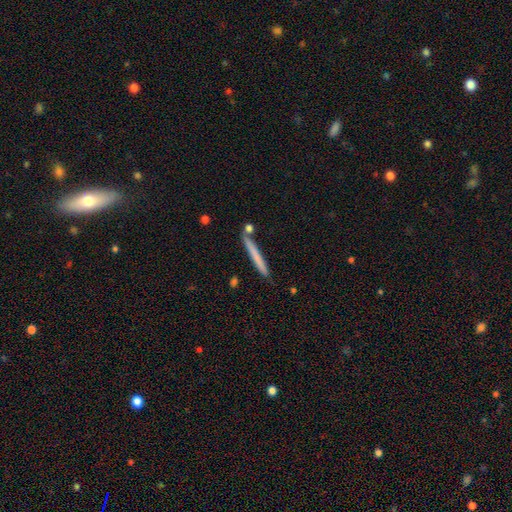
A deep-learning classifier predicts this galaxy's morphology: Smooth or featured? smooth (67%)
How rounded? cigar-shaped (97%)
Merging? none (83%)